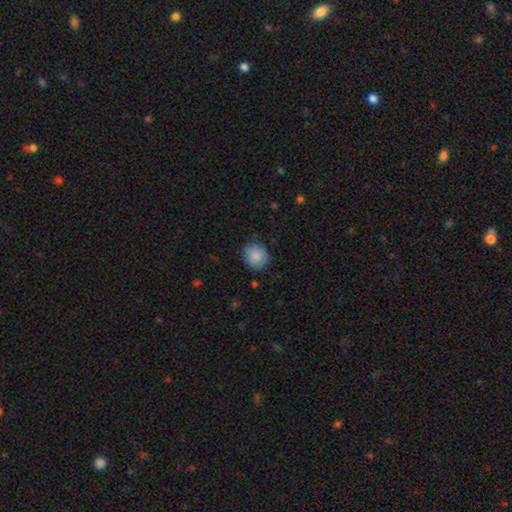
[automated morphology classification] Smooth or featured? smooth (85%)
How rounded? round (82%)
Merging? none (83%)